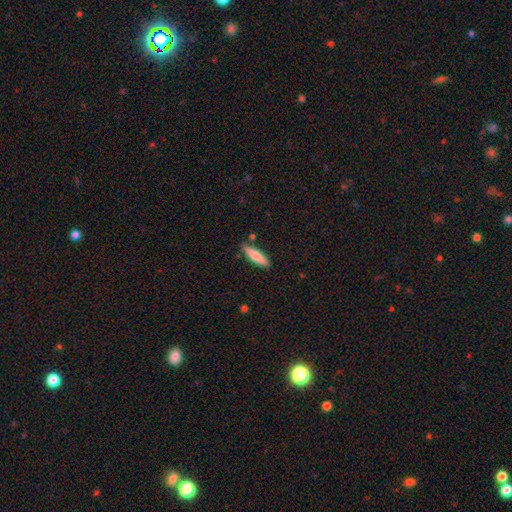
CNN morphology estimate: This appears to be a smooth galaxy with no disk features (77%) that is cigar-shaped (65%). Merging: none (83%).